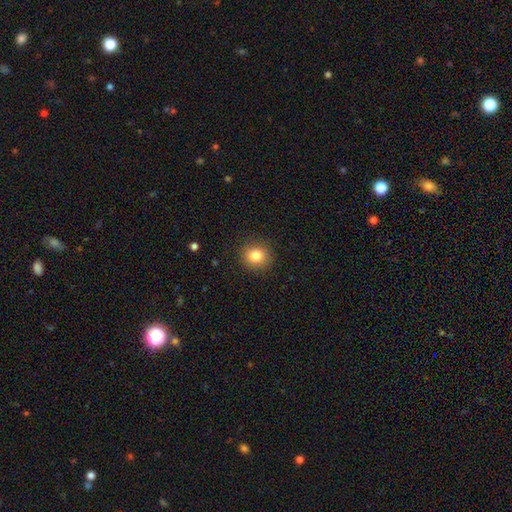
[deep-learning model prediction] The model was most divided on "smooth or featured": smooth: 82%, star or artifact: 11%, featured or disk: 7%. More confident: merging — none (90%); how rounded — round (86%).